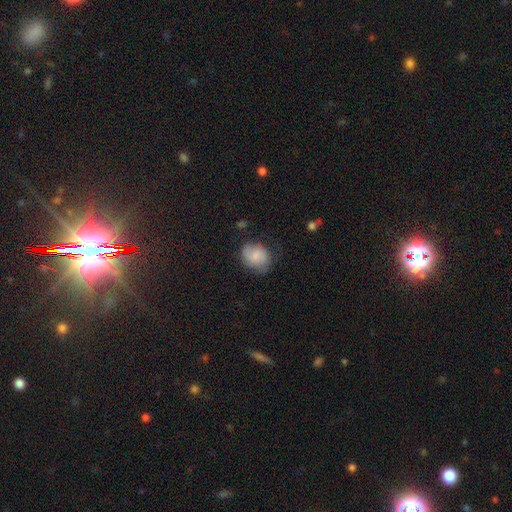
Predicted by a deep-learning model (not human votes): smooth 68%, featured or disk 24%, star or artifact 8%. Down the decision tree: how rounded — round (60%); merging — none (58%).